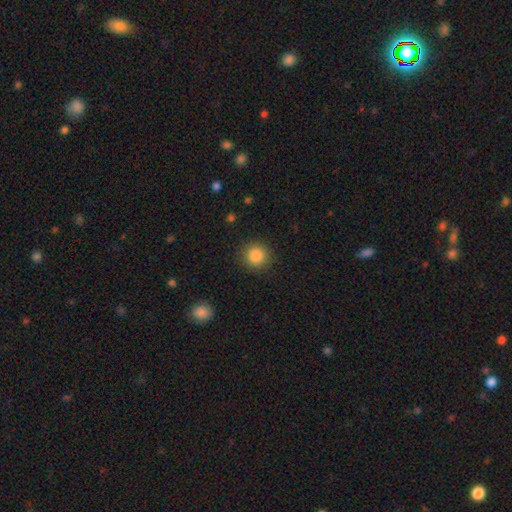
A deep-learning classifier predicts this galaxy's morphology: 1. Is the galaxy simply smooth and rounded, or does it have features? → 86% smooth, 10% star or artifact, 4% featured or disk.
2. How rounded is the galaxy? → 93% round, 6% in between, 1% cigar-shaped.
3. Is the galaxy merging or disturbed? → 90% none, 6% minor disturbance, 3% major disturbance, 1% merger.